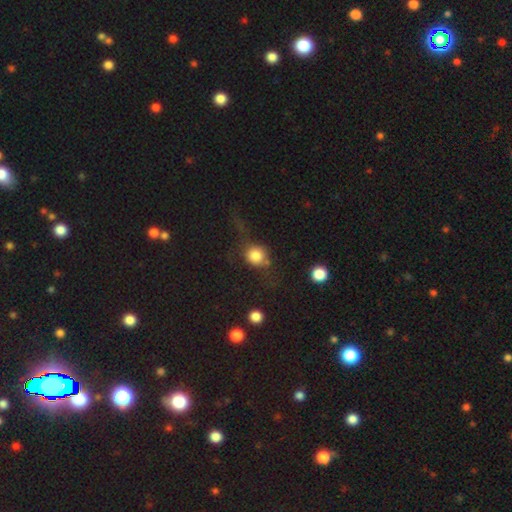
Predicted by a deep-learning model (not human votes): Morphology: type=smooth (75%); roundness=round (87%); merging=none (52%).